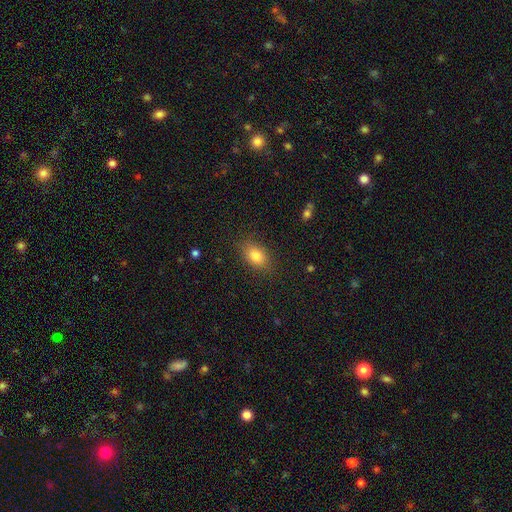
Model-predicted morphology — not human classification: type=smooth (84%); roundness=in between (82%); merging=none (83%).